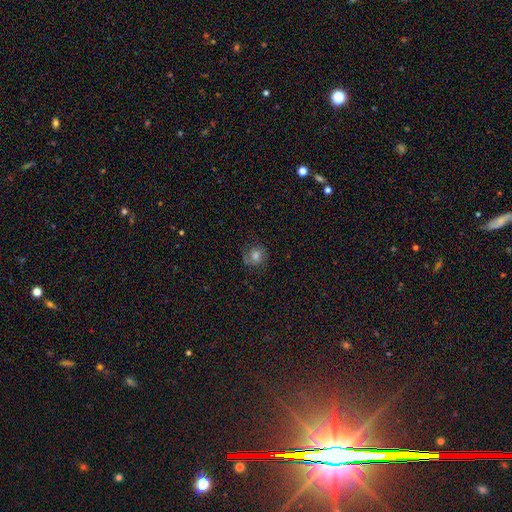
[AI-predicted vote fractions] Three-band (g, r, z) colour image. It shows a smooth galaxy with no disk features (58%) that is round (79%). Merging: none (70%).